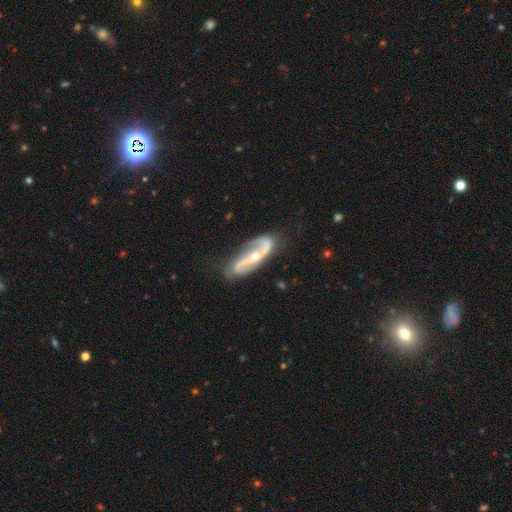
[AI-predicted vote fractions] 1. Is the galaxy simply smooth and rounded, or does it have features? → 87% featured or disk, 8% smooth, 5% star or artifact.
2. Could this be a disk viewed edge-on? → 89% no, 11% yes.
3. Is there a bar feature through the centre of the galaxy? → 39% strong, 32% no, 29% weak.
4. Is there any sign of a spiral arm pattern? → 94% yes, 6% no.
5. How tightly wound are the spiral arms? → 59% loose, 29% medium, 12% tight.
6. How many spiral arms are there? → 91% 2, 3% can't tell, 2% 1, 1% 3, 1% 4, 1% more than 4.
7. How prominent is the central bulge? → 53% small, 42% moderate, 2% large, 2% none, 1% dominant.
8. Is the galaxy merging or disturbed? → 73% none, 18% minor disturbance, 6% major disturbance, 2% merger.